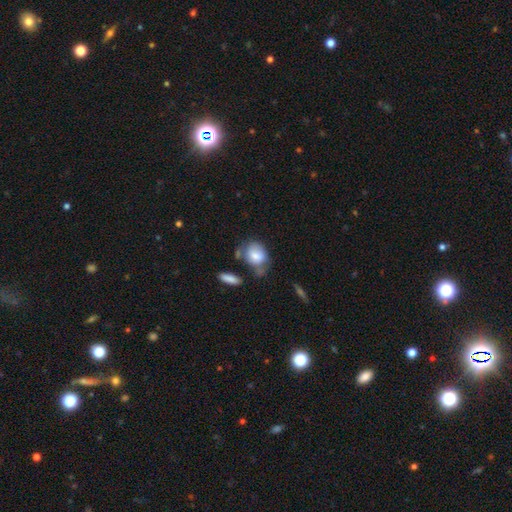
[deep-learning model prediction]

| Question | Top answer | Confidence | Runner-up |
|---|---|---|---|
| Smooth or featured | smooth | 75% | featured or disk (18%) |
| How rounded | in between | 64% | round (34%) |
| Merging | none | 40% | minor disturbance (28%) |